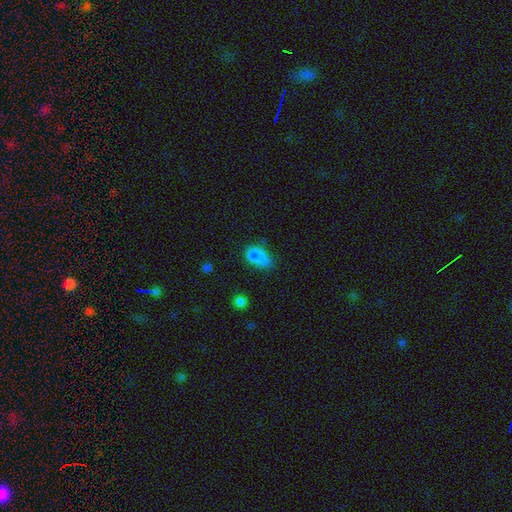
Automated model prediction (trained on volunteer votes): A smooth galaxy with no disk features (79%) that is in between round and cigar-shaped (80%).

Vote fractions:
- Smooth or featured? smooth: 79% / star or artifact: 11% / featured or disk: 10%
- How rounded? in between: 80% / round: 17% / cigar-shaped: 3%
- Merging? none: 35% / minor disturbance: 34% / major disturbance: 20% / merger: 10%